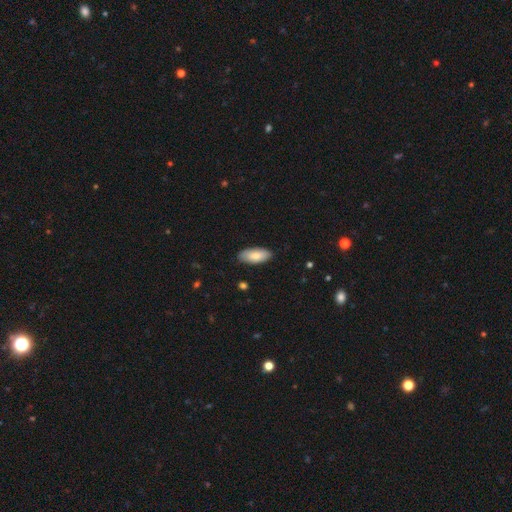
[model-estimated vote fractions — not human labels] Q: Smooth or featured?
A: smooth (82%); runner-up: featured or disk (12%)
Q: How rounded?
A: in between (88%); runner-up: cigar-shaped (10%)
Q: Merging?
A: none (86%); runner-up: minor disturbance (11%)